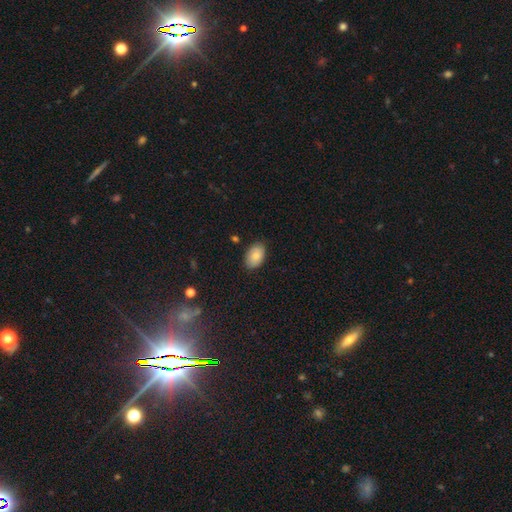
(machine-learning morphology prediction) Smooth or featured? Predicted: smooth (p=0.83). How rounded? Predicted: in between (p=0.91). Merging? Predicted: none (p=0.84).